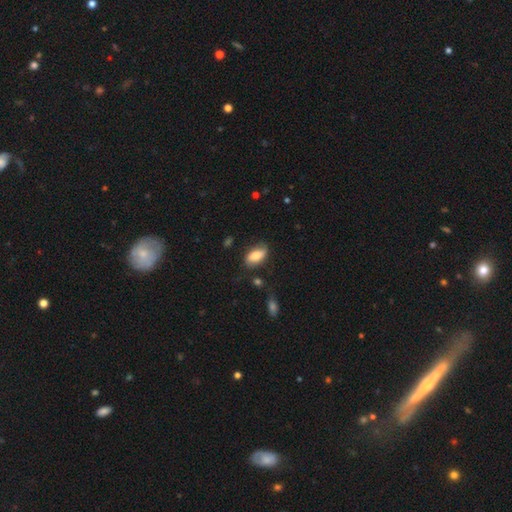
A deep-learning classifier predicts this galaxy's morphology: type=smooth (73%); roundness=in between (91%); merging=none (67%).